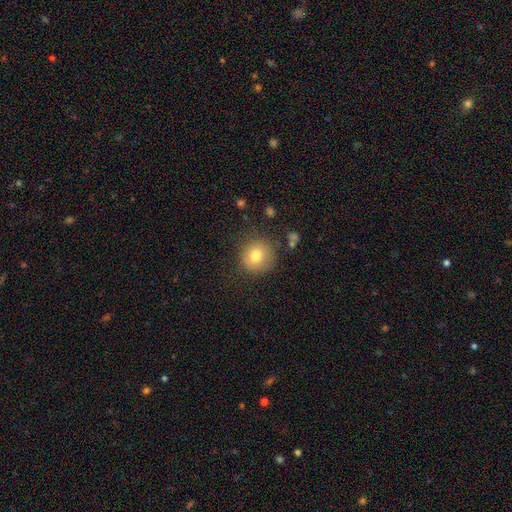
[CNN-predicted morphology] Q: Smooth or featured?
A: smooth (78%); runner-up: featured or disk (11%)
Q: How rounded?
A: round (90%); runner-up: in between (9%)
Q: Merging?
A: none (79%); runner-up: minor disturbance (13%)